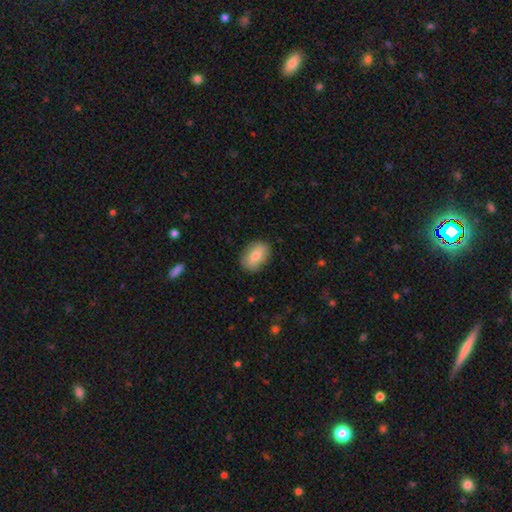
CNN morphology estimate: type=smooth (81%); roundness=in between (86%); merging=none (84%).